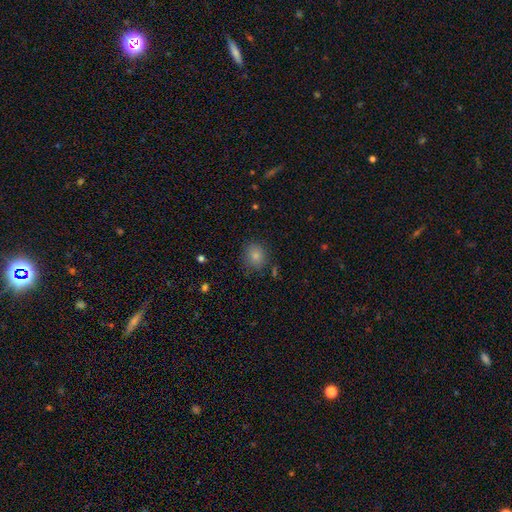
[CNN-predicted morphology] A smooth galaxy with no disk features (82%) that is round (72%).

Vote fractions:
- Smooth or featured? smooth: 82% / star or artifact: 11% / featured or disk: 6%
- How rounded? round: 72% / in between: 27% / cigar-shaped: 1%
- Merging? none: 81% / minor disturbance: 13% / major disturbance: 4% / merger: 2%